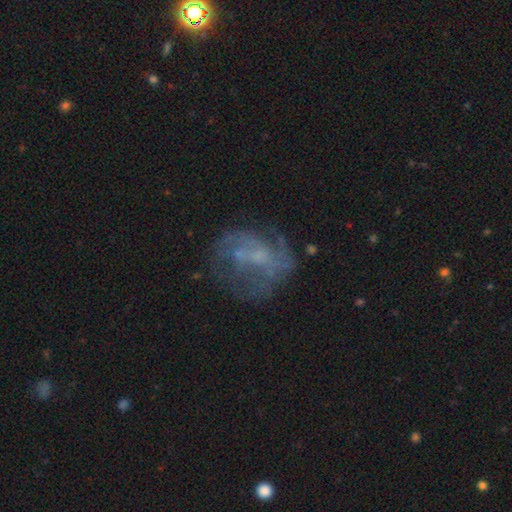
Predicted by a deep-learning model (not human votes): This is likely a featured or disk galaxy (61%). It is clearly not viewed edge-on (97%). Bar: likely no (67%). Spiral arm pattern: possibly yes (51%). Central bulge: possibly small (48%). Merging: possibly none (53%).